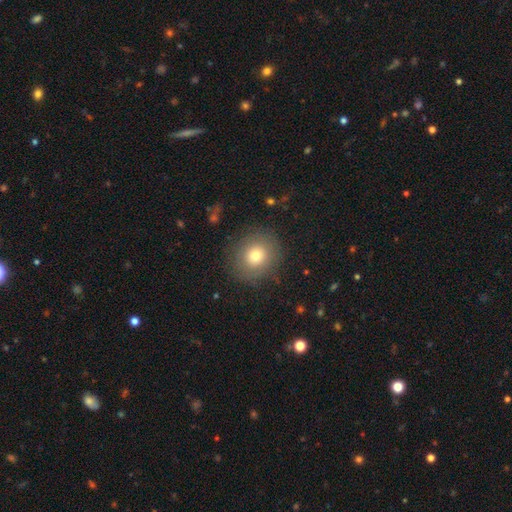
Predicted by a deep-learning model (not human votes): Smooth or featured?
  - smooth: 74% *
  - featured or disk: 14%
  - star or artifact: 12%
How rounded?
  - round: 83% *
  - in between: 16%
  - cigar-shaped: 1%
Merging?
  - none: 85% *
  - minor disturbance: 10%
  - major disturbance: 4%
  - merger: 1%